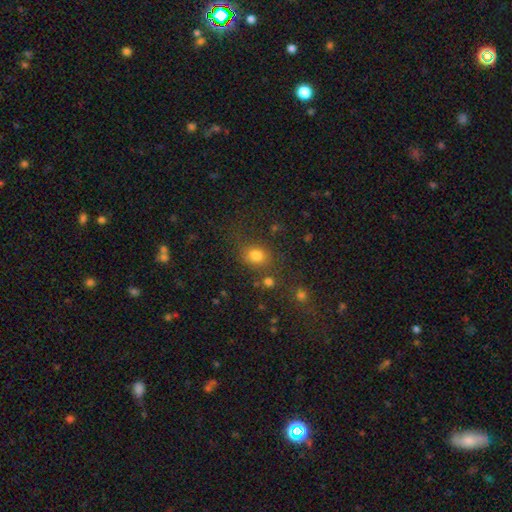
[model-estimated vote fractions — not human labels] Smooth or featured? smooth (78%)
How rounded? round (57%)
Merging? none (66%)